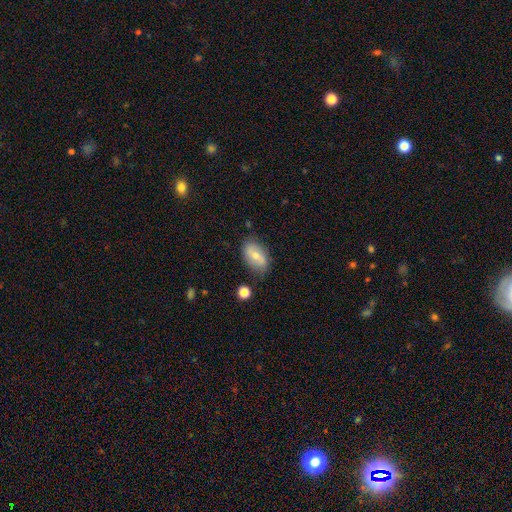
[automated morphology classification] Smooth or featured? Predicted: smooth (p=0.55). How rounded? Predicted: in between (p=0.89). Merging? Predicted: none (p=0.74).